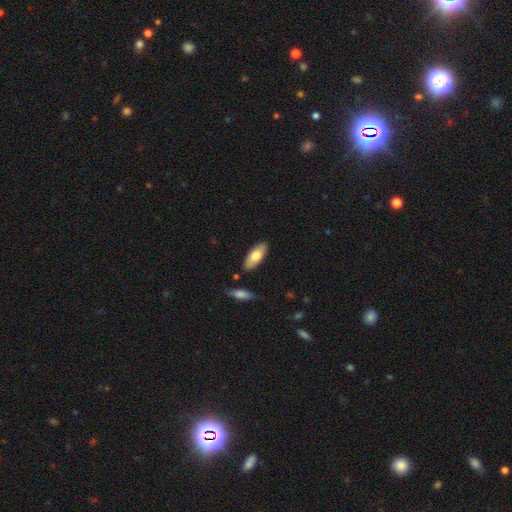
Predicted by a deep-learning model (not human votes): Smooth or featured?
  - smooth: 71% *
  - featured or disk: 24%
  - star or artifact: 5%
How rounded?
  - in between: 81% *
  - cigar-shaped: 17%
  - round: 2%
Merging?
  - none: 84% *
  - minor disturbance: 11%
  - merger: 3%
  - major disturbance: 2%